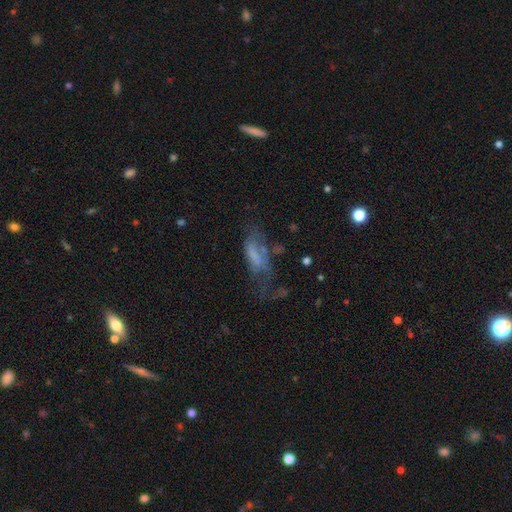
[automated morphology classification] smooth-or-featured: smooth: 46% | featured or disk: 40% | star or artifact: 14%
  merging: major disturbance: 43% | none: 28% | minor disturbance: 22% | merger: 7%